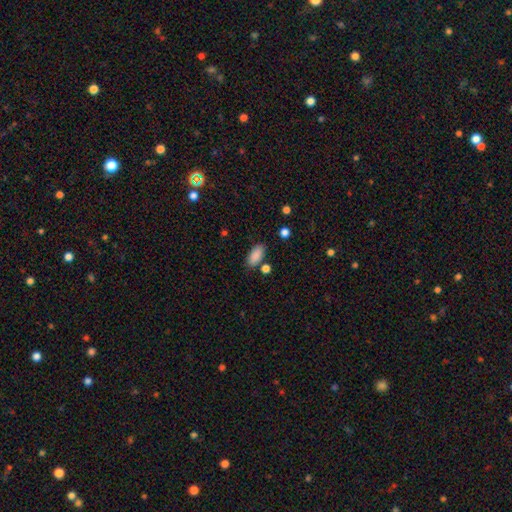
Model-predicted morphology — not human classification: smooth_or_featured: smooth (p=0.88) [alt: star or artifact p=0.08]
how_rounded: in between (p=0.90) [alt: cigar-shaped p=0.07]
merging: none (p=0.79) [alt: minor disturbance p=0.12]